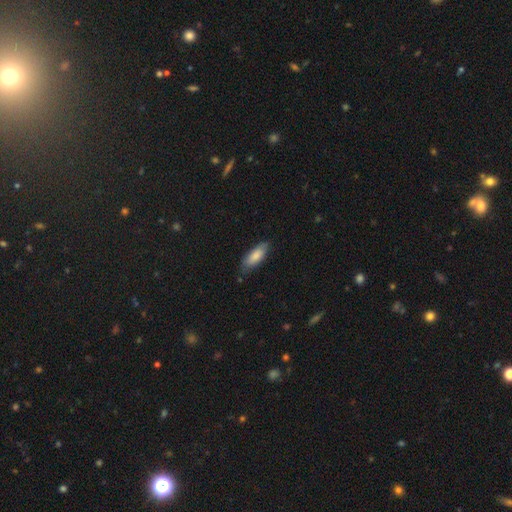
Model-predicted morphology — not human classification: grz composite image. It shows a smooth galaxy with no disk features (84%) that is in between round and cigar-shaped (69%). Merging: none (76%).